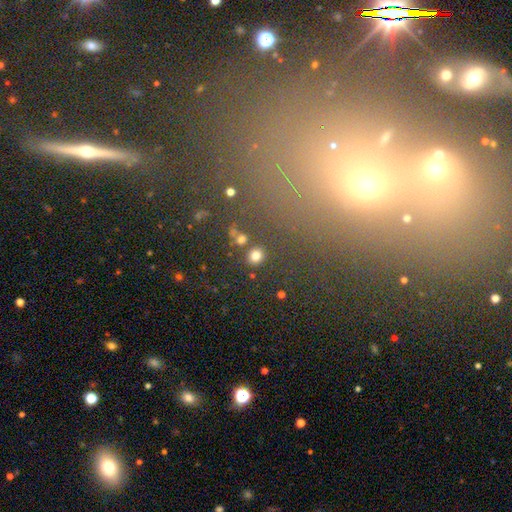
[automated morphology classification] A smooth galaxy with no disk features (79%) that is round (89%). Merging: none (84%).